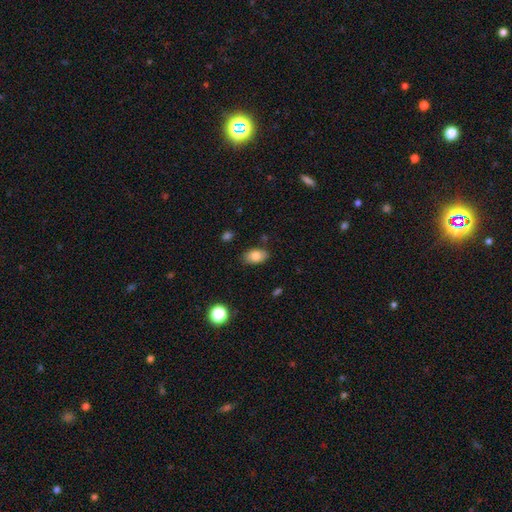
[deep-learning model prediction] Smooth or featured? Predicted: smooth (p=0.82). How rounded? Predicted: in between (p=0.90). Merging? Predicted: none (p=0.84).